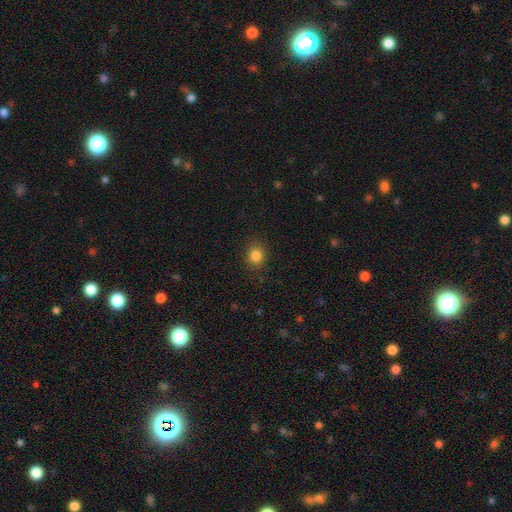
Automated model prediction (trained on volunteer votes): The model was most divided on "how rounded": round: 78%, in between: 21%, cigar-shaped: 1%. More confident: merging — none (89%); smooth or featured — smooth (84%).